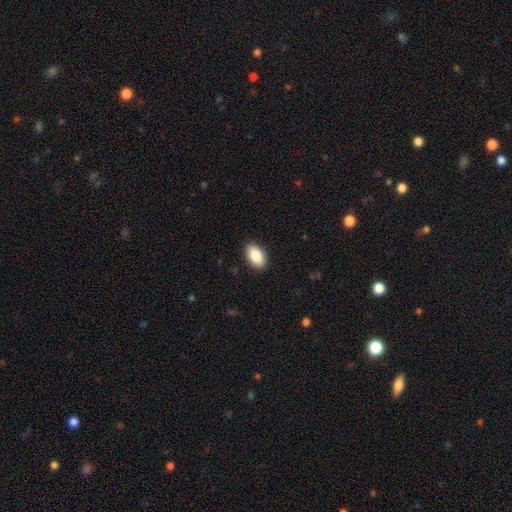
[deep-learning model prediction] Smooth or featured? Predicted: smooth (p=0.87). How rounded? Predicted: in between (p=0.93). Merging? Predicted: none (p=0.90).